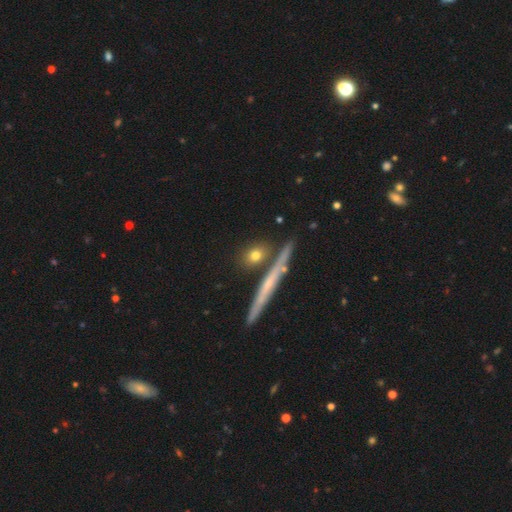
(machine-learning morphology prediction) Overall: smooth (70%). How rounded: round (46%; cigar-shaped 28%). Merging: none (77%).